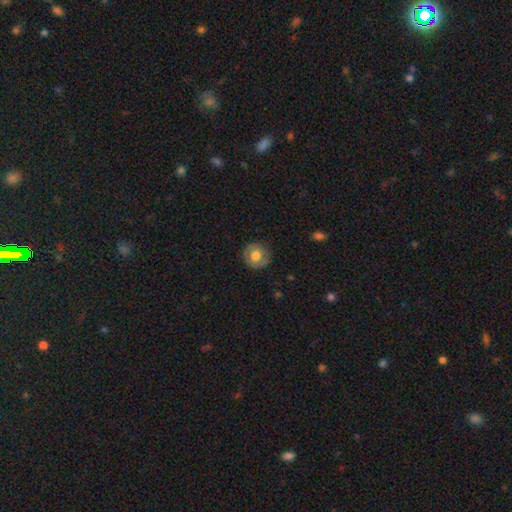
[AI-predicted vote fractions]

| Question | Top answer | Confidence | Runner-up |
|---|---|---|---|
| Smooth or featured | smooth | 63% | featured or disk (29%) |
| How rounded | round | 92% | in between (7%) |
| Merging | none | 85% | minor disturbance (11%) |